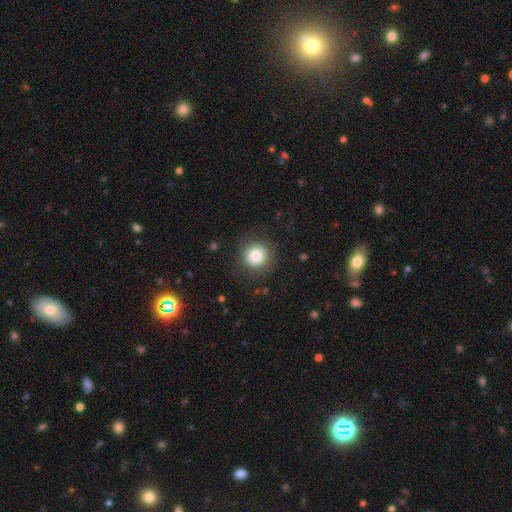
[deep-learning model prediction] smooth_or_featured: smooth (p=0.81) [alt: star or artifact p=0.11]
how_rounded: round (p=0.94) [alt: in between p=0.05]
merging: none (p=0.87) [alt: minor disturbance p=0.09]